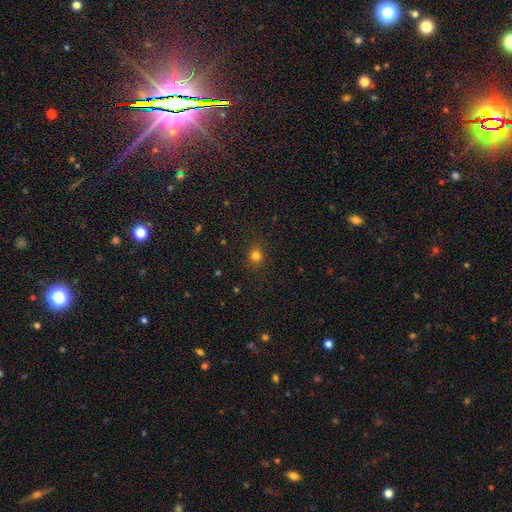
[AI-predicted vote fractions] Q: Smooth or featured?
A: smooth (79%); runner-up: star or artifact (16%)
Q: How rounded?
A: round (81%); runner-up: in between (18%)
Q: Merging?
A: none (88%); runner-up: minor disturbance (9%)